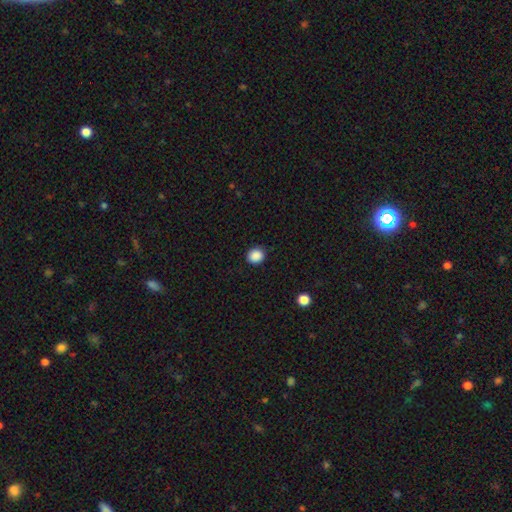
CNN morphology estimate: The model was most divided on "how rounded": round: 82%, in between: 17%, cigar-shaped: 1%. More confident: merging — none (90%); smooth or featured — smooth (88%).